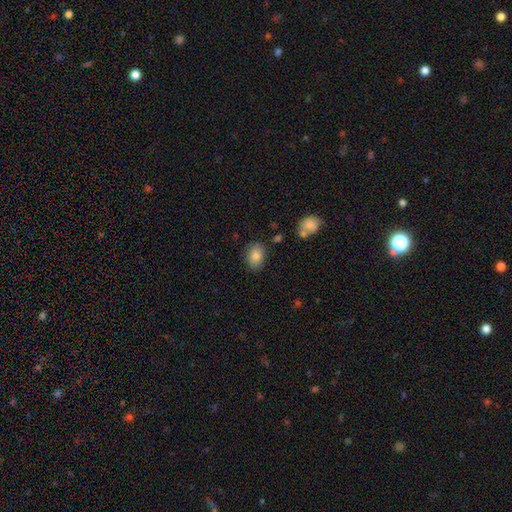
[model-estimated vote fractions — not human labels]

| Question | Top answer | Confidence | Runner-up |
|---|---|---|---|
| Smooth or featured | smooth | 84% | star or artifact (8%) |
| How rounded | in between | 80% | round (19%) |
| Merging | none | 81% | minor disturbance (13%) |